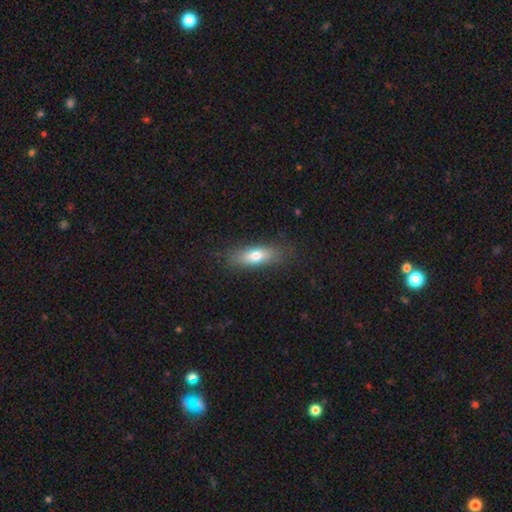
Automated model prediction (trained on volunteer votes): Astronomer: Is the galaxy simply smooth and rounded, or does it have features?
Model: smooth — 73%.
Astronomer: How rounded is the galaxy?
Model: in between — 63%.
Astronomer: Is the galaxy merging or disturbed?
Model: none — 81%.